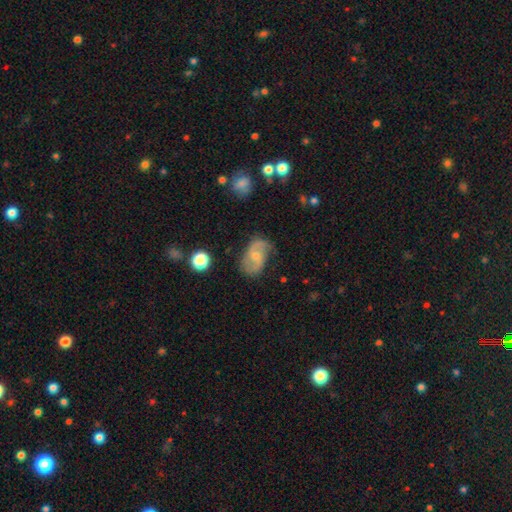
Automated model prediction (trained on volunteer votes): Smooth or featured? featured or disk (73%)
Edge-on disk? no (97%)
Bar? no (46%)
Spiral arms? yes (92%)
Spiral winding? loose (43%, tied with medium)
Spiral arm count? 2 (88%)
Bulge size? moderate (47%)
Merging? none (70%)